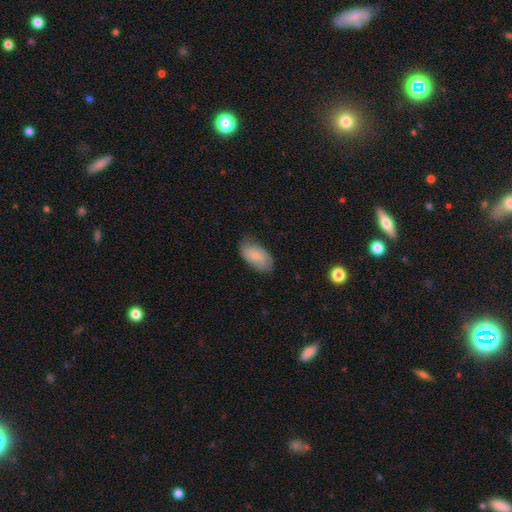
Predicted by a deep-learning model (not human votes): This appears to be a smooth galaxy with no disk features (68%) that is in between round and cigar-shaped (94%). Merging: none (75%).